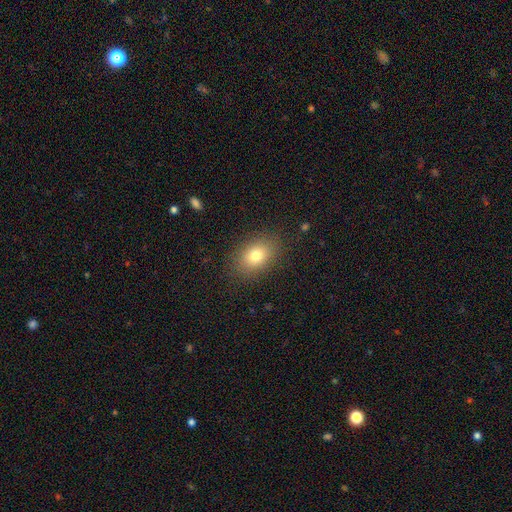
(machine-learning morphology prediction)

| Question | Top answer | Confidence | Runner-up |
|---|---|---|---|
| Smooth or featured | smooth | 78% | featured or disk (11%) |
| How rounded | in between | 76% | round (23%) |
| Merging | none | 86% | minor disturbance (9%) |